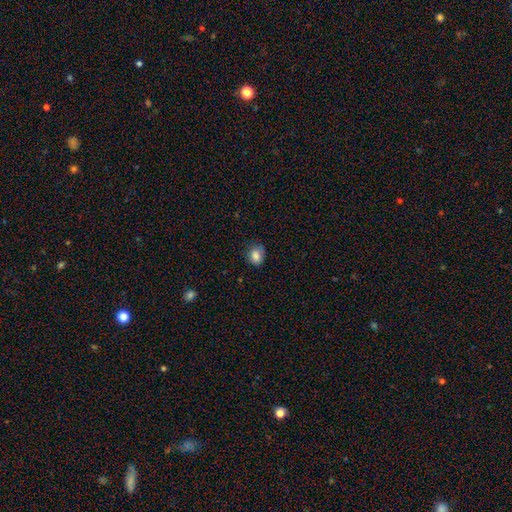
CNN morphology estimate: The model was most divided on "how rounded": round: 52%, in between: 47%, cigar-shaped: 1%. More confident: smooth or featured — smooth (84%); merging — none (73%).